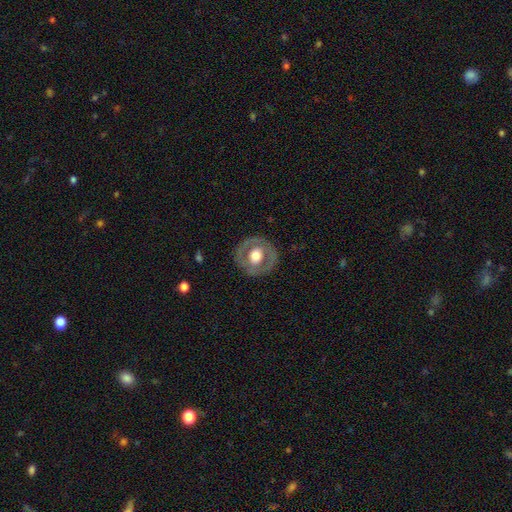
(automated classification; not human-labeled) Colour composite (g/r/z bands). It shows a featured or disk galaxy (52%). Merging: none (84%).